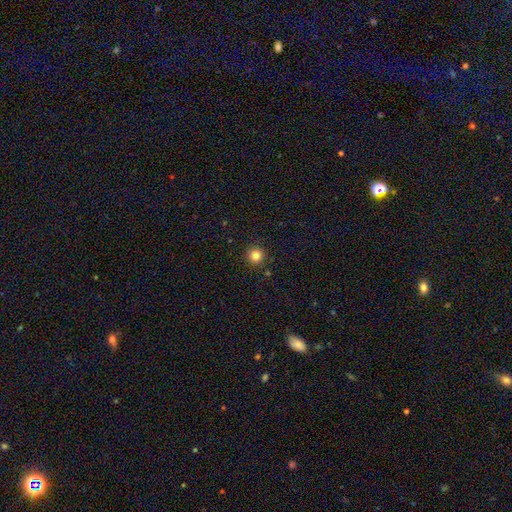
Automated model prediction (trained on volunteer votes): Smooth or featured? smooth (82%)
How rounded? round (96%)
Merging? none (92%)